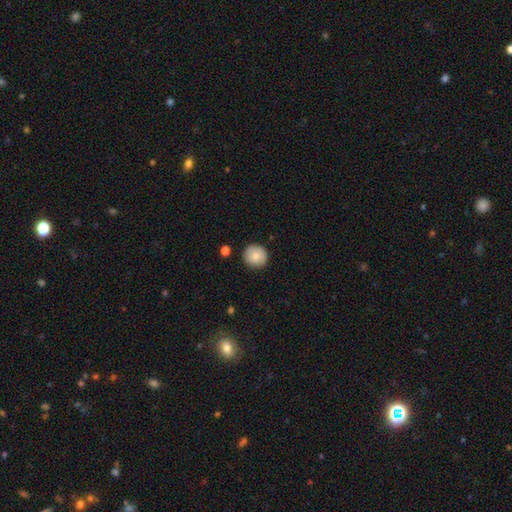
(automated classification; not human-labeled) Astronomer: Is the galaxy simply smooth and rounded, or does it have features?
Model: smooth — 79%.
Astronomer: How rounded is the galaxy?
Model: round — 93%.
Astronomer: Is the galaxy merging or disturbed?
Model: none — 87%.